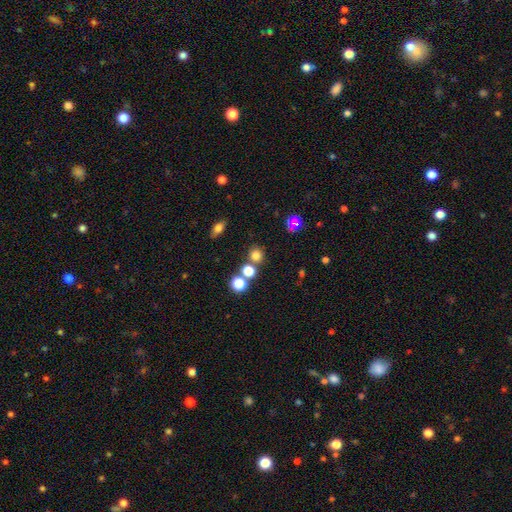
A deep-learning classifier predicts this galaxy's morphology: The model was most divided on "smooth or featured": smooth: 74%, star or artifact: 19%, featured or disk: 7%. More confident: how rounded — round (88%); merging — none (72%).